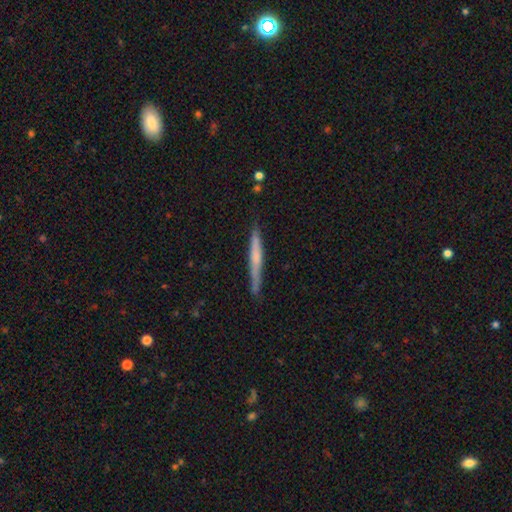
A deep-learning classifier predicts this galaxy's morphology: This appears to be a featured or disk galaxy (48%). Merging: none (86%).